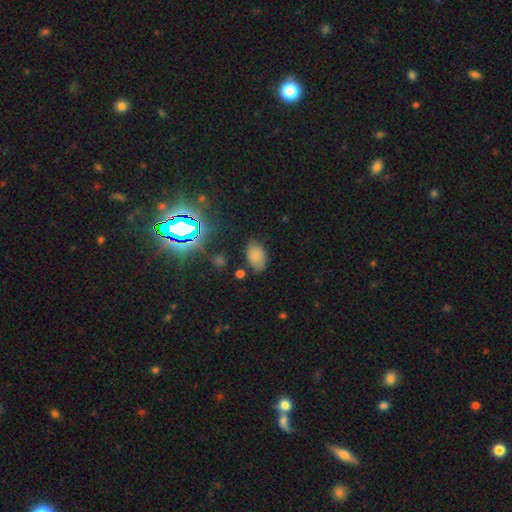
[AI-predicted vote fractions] A smooth galaxy with no disk features (75%) that is in between round and cigar-shaped (90%). Merging: none (74%).